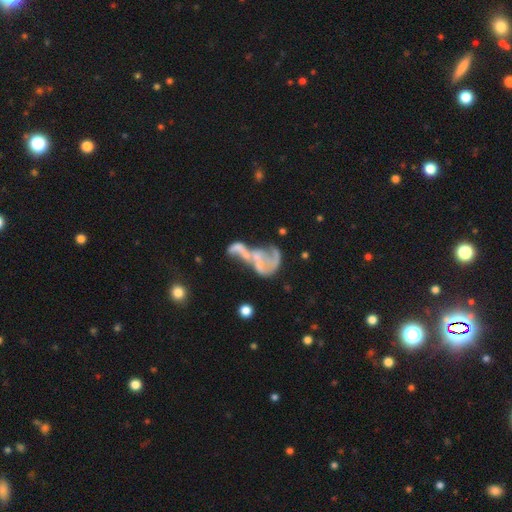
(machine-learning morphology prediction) Q: Smooth or featured?
A: featured or disk (68%); runner-up: smooth (21%)
Q: Edge-on disk?
A: no (97%); runner-up: yes (3%)
Q: Bar?
A: no (74%); runner-up: weak (19%)
Q: Spiral arms?
A: no (54%); runner-up: yes (46%)
Q: Bulge size?
A: none (56%); runner-up: small (27%)
Q: Merging?
A: merger (52%); runner-up: major disturbance (29%)